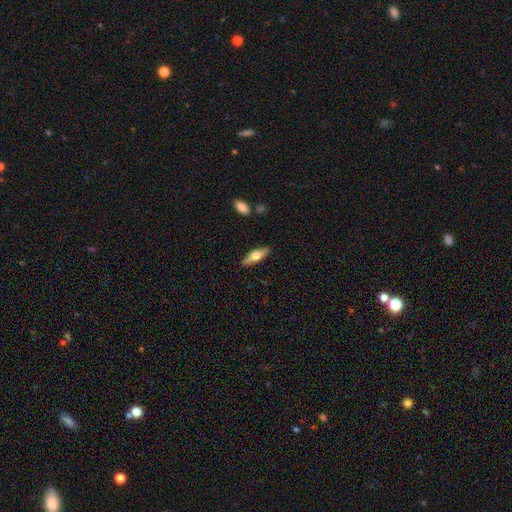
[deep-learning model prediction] Morphology: type=smooth (47%, tied with featured or disk); merging=none (88%).